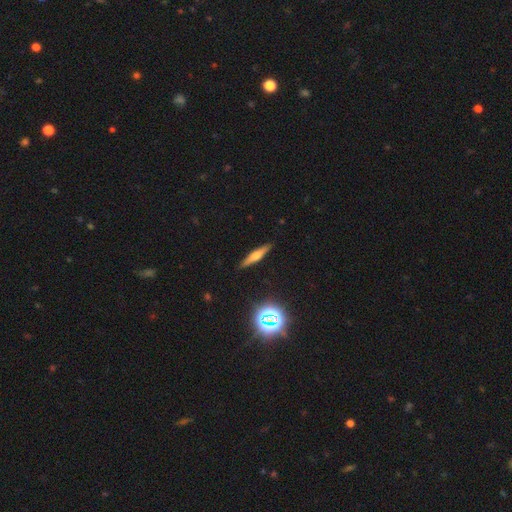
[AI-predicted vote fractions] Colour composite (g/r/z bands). It shows a featured or disk galaxy (45%). Merging: none (89%).